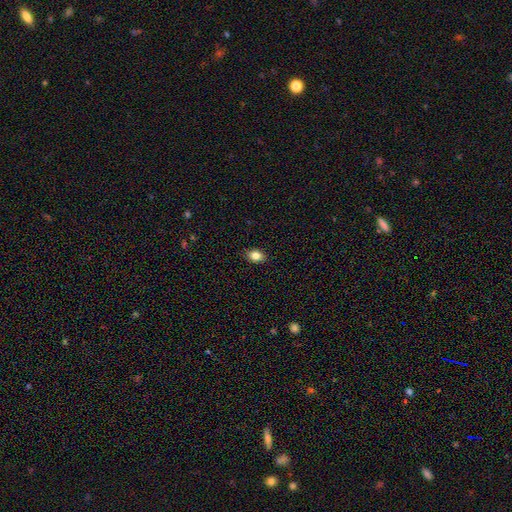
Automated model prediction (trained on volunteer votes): Smooth or featured: smooth — 84% (star or artifact — 9%)
How rounded: in between — 74% (round — 25%)
Merging: none — 88% (minor disturbance — 9%)